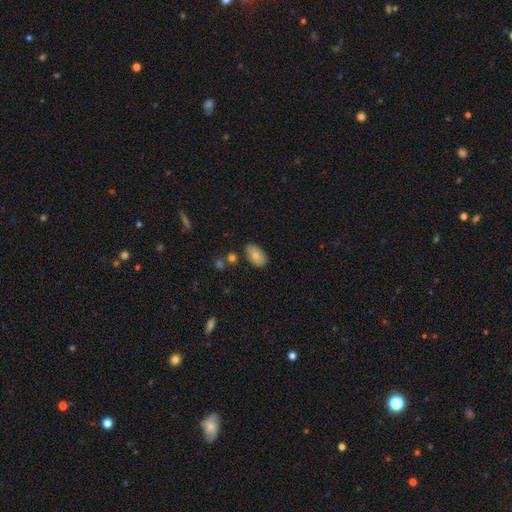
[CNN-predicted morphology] smooth_or_featured: smooth (p=0.83) [alt: featured or disk p=0.10]
how_rounded: in between (p=0.93) [alt: round p=0.05]
merging: none (p=0.77) [alt: minor disturbance p=0.16]